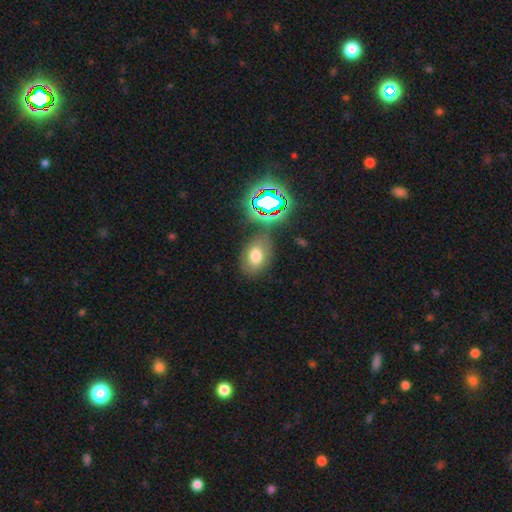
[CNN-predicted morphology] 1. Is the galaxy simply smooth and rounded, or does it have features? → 67% smooth, 20% star or artifact, 13% featured or disk.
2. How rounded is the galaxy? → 77% in between, 21% round, 1% cigar-shaped.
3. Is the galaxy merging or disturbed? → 71% none, 15% minor disturbance, 8% merger, 6% major disturbance.